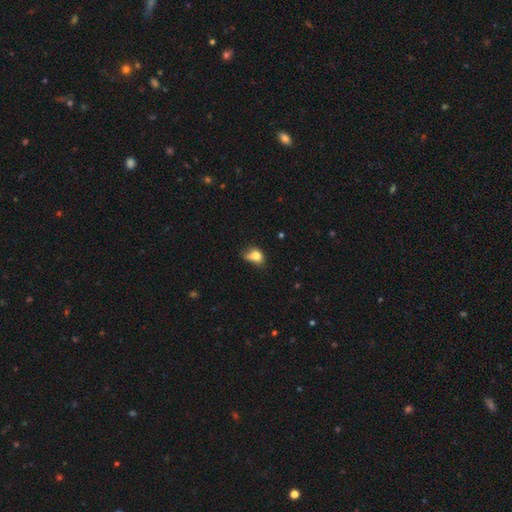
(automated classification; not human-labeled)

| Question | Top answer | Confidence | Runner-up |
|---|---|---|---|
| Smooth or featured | smooth | 74% | featured or disk (15%) |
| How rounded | in between | 69% | round (29%) |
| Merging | minor disturbance | 39% | none (29%) |